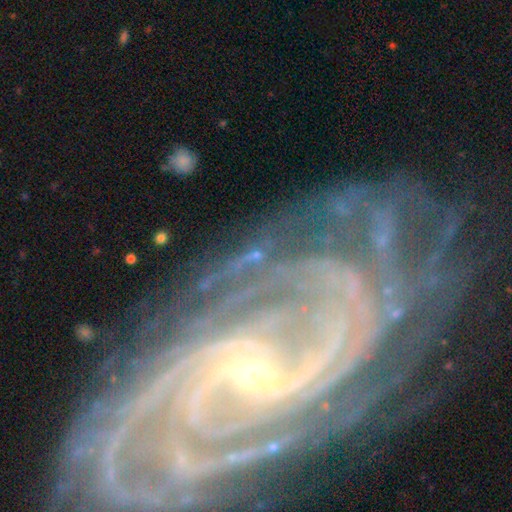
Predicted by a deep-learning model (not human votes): The model was most divided on "spiral arm count": 2: 25%, can't tell: 20%, 3: 17%, 4: 14%, more than 4: 13%, 1: 10%. More confident: spiral arms — yes (97%); edge-on disk — no (95%); smooth or featured — featured or disk (85%); bulge size — small (74%); merging — none (67%); spiral winding — tight (58%); bar — strong (51%).